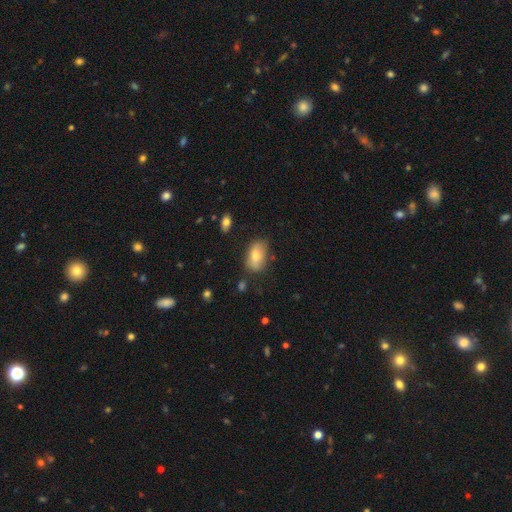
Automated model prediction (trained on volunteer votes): smooth 75%, featured or disk 16%, star or artifact 8%. Down the decision tree: how rounded — in between (90%); merging — none (73%).